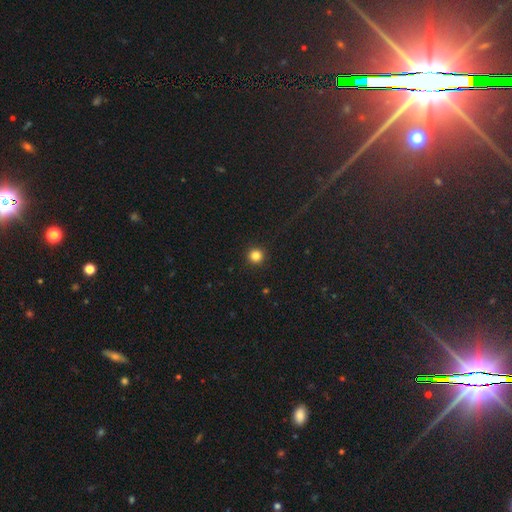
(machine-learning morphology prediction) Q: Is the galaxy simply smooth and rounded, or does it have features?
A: smooth — 84%.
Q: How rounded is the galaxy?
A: round — 96%.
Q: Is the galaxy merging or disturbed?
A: none — 93%.